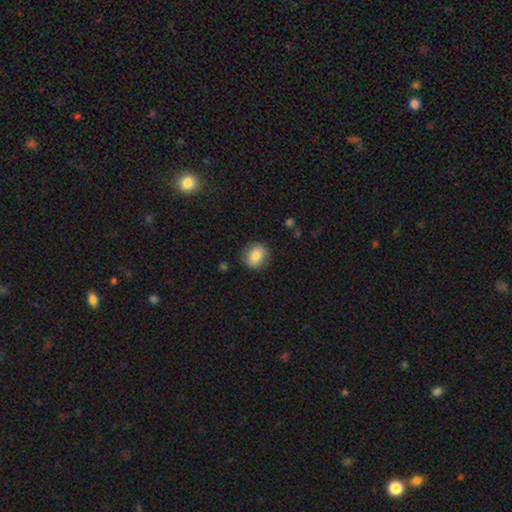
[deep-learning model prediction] This is clearly a smooth galaxy (83%). How rounded: likely round (64%). Merging: clearly none (84%).